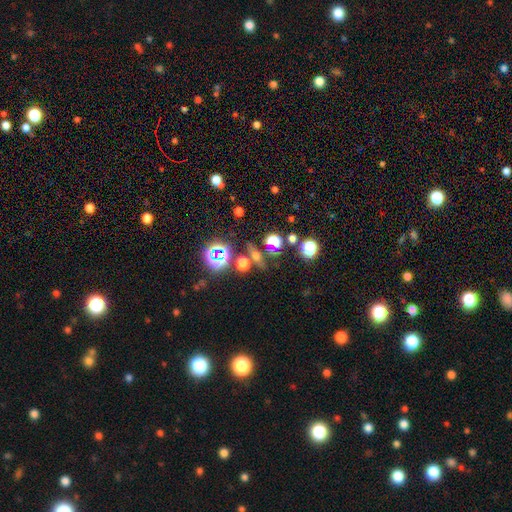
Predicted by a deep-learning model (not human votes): smooth_or_featured: star or artifact (p=0.42) [alt: smooth p=0.38]